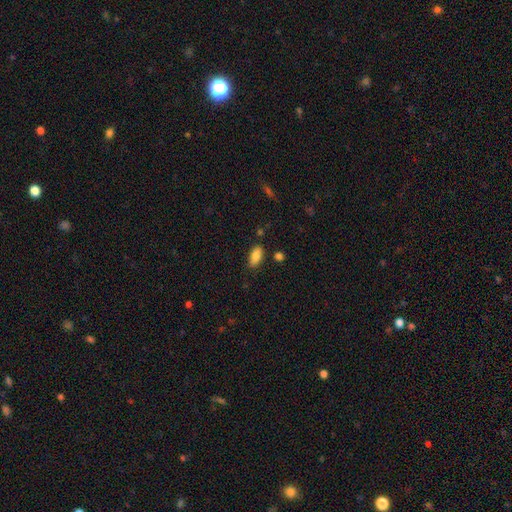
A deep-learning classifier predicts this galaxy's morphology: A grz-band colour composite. It shows a smooth galaxy with no disk features (84%) that is in between round and cigar-shaped (88%). Merging: none (80%).